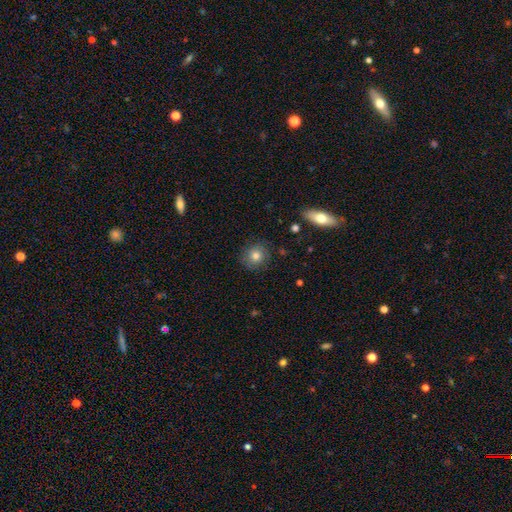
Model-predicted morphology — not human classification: Smooth or featured?
  - smooth: 76% *
  - featured or disk: 14%
  - star or artifact: 11%
How rounded?
  - round: 86% *
  - in between: 13%
  - cigar-shaped: 1%
Merging?
  - none: 84% *
  - minor disturbance: 11%
  - major disturbance: 3%
  - merger: 1%